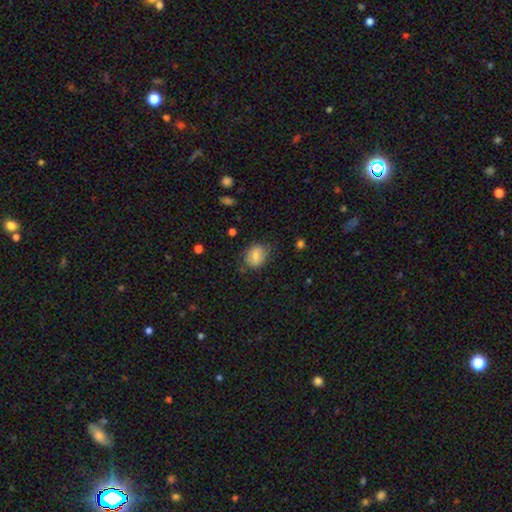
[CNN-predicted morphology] Q: Smooth or featured?
A: smooth (74%); runner-up: featured or disk (18%)
Q: How rounded?
A: in between (52%); runner-up: round (47%)
Q: Merging?
A: none (68%); runner-up: minor disturbance (24%)